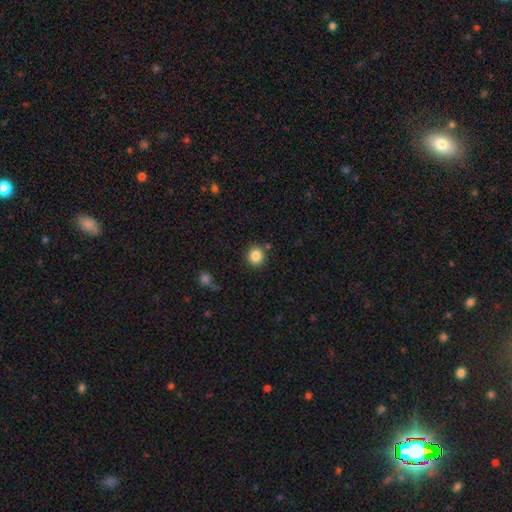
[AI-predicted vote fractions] A smooth galaxy with no disk features (85%) that is round (90%).

Vote fractions:
- Smooth or featured? smooth: 85% / star or artifact: 10% / featured or disk: 5%
- How rounded? round: 90% / in between: 9% / cigar-shaped: 1%
- Merging? none: 85% / minor disturbance: 8% / merger: 5% / major disturbance: 3%